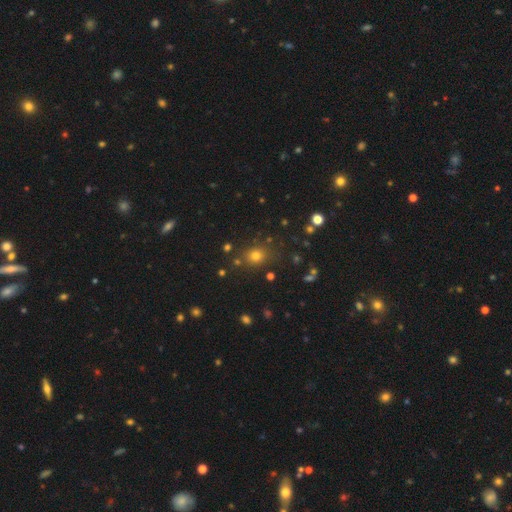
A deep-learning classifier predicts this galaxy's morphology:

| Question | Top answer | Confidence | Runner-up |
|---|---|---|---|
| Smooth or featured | smooth | 70% | star or artifact (22%) |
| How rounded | round | 73% | in between (26%) |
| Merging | none | 81% | minor disturbance (10%) |